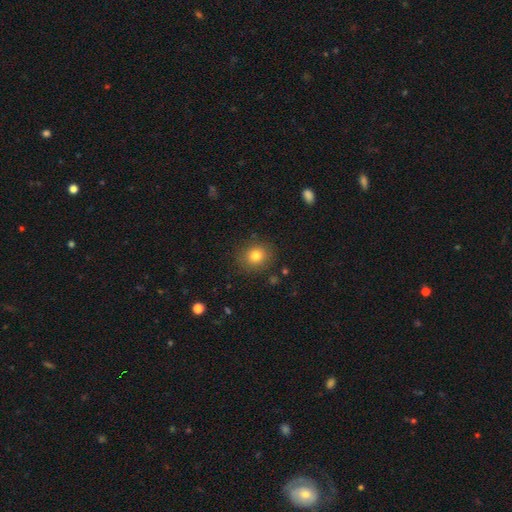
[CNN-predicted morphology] Smooth or featured: smooth — 79% (star or artifact — 12%)
How rounded: round — 80% (in between — 19%)
Merging: none — 87% (minor disturbance — 9%)